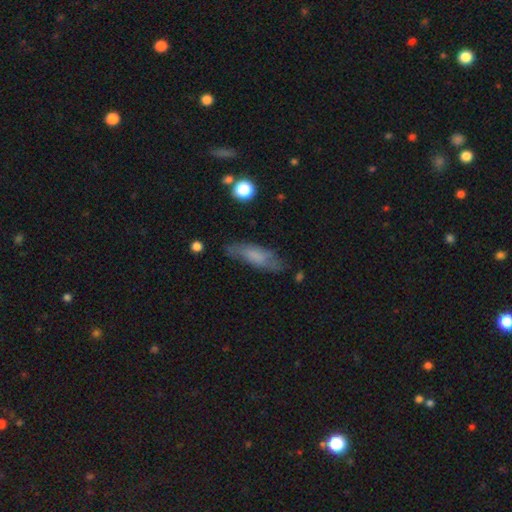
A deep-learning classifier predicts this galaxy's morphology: The model was most divided on "how rounded": in between: 52%, cigar-shaped: 46%, round: 2%. More confident: merging — none (68%); smooth or featured — smooth (60%).